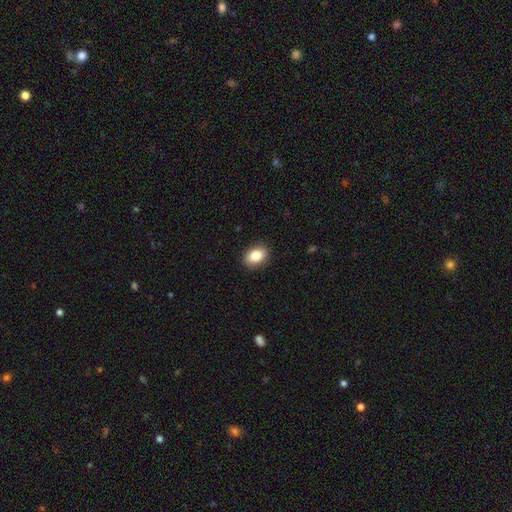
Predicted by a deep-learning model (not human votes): This appears to be a smooth galaxy with no disk features (84%) that is in between round and cigar-shaped (77%). Merging: none (89%).